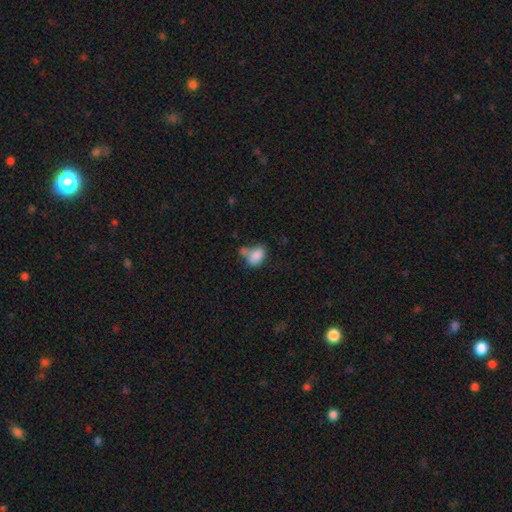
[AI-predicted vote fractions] This appears to be a smooth galaxy with no disk features (81%) that is in between round and cigar-shaped (86%). Merging: none (35%).